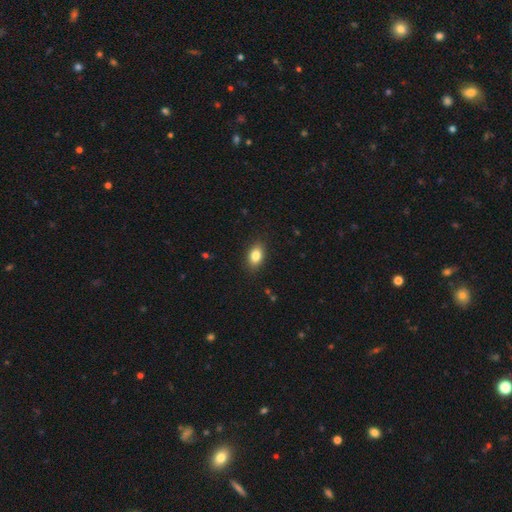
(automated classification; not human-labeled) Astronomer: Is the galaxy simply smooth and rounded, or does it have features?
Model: smooth — 84%.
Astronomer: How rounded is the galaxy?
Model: in between — 86%.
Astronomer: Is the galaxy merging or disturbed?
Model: none — 88%.